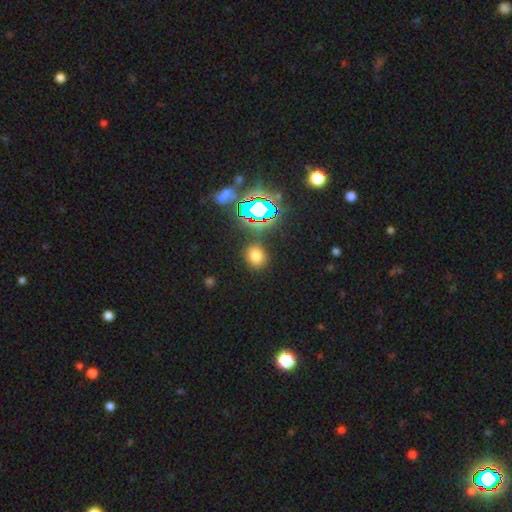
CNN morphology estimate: Smooth or featured?
  - smooth: 67% *
  - star or artifact: 26%
  - featured or disk: 7%
How rounded?
  - round: 70% *
  - in between: 28%
  - cigar-shaped: 1%
Merging?
  - none: 83% *
  - minor disturbance: 10%
  - merger: 4%
  - major disturbance: 3%